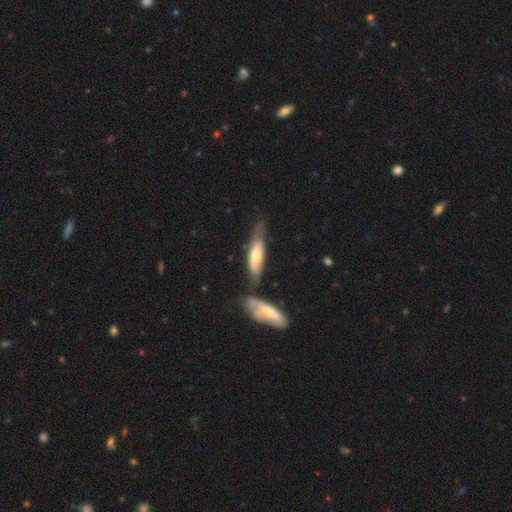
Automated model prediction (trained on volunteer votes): Smooth or featured: featured or disk — 47% (tied with smooth — 47%)
Merging: none — 52% (minor disturbance — 22%)